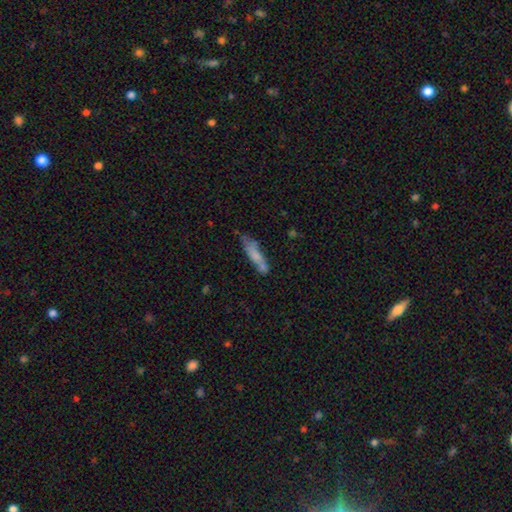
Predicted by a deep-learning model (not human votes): smooth 65%, featured or disk 27%, star or artifact 7%. Down the decision tree: how rounded — cigar-shaped (79%); merging — none (57%).